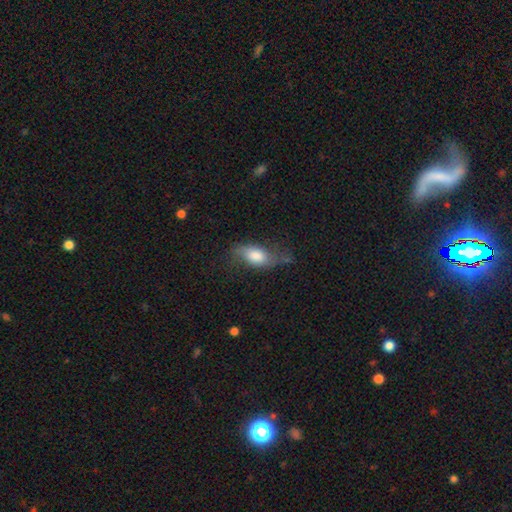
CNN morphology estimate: Smooth or featured?
  - smooth: 56% *
  - featured or disk: 36%
  - star or artifact: 8%
How rounded?
  - in between: 82% *
  - cigar-shaped: 12%
  - round: 6%
Merging?
  - none: 47% *
  - minor disturbance: 31%
  - major disturbance: 19%
  - merger: 3%